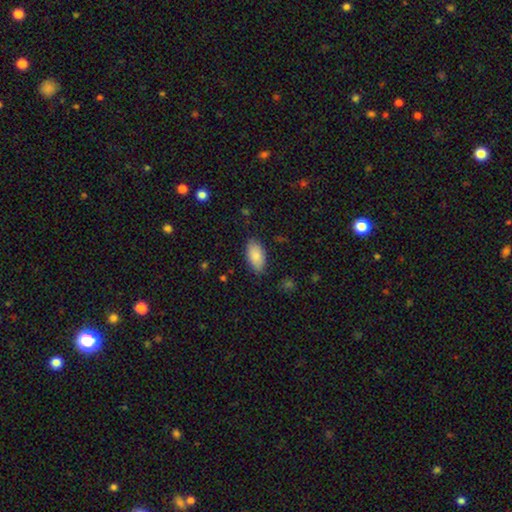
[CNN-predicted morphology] Smooth or featured? smooth (86%)
How rounded? in between (94%)
Merging? none (83%)